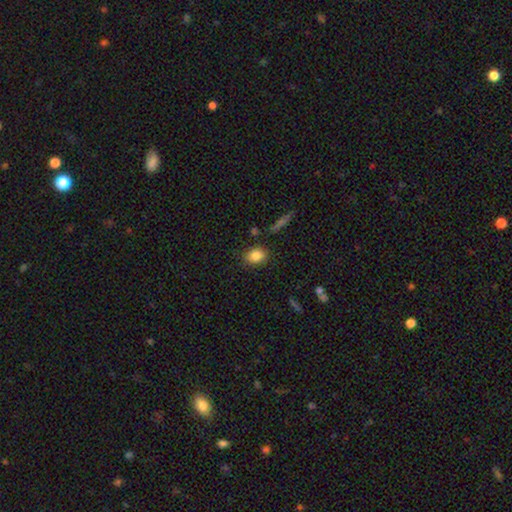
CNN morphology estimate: smooth-or-featured: smooth: 84% | star or artifact: 9% | featured or disk: 7%
  how-rounded: in between: 65% | round: 33% | cigar-shaped: 2%
  merging: none: 81% | minor disturbance: 13% | merger: 4% | major disturbance: 3%